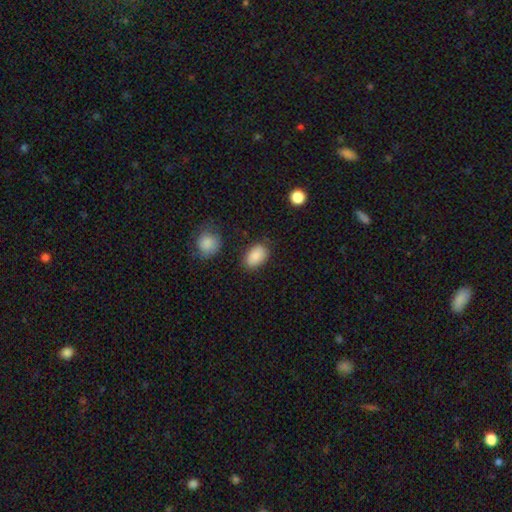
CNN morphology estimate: smooth 86%, star or artifact 7%, featured or disk 7%. Down the decision tree: how rounded — in between (88%); merging — none (78%).